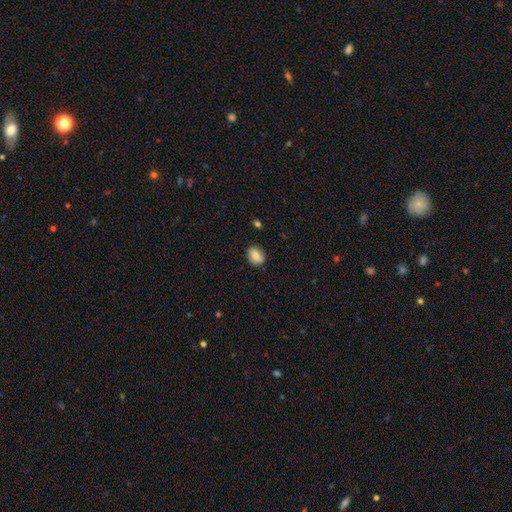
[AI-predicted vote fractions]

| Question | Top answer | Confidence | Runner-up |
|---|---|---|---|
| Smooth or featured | smooth | 82% | featured or disk (10%) |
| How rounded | in between | 65% | round (33%) |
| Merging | none | 85% | minor disturbance (11%) |